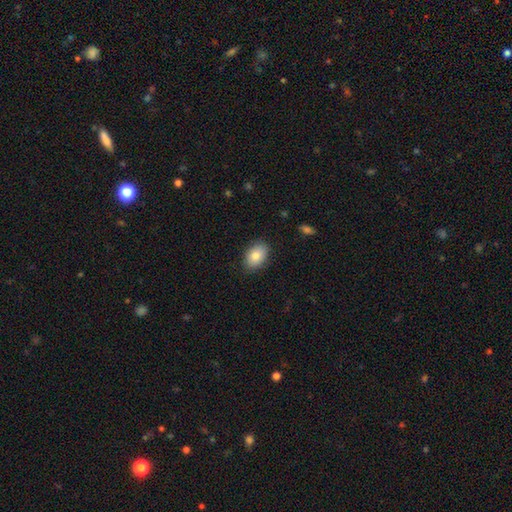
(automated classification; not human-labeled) This appears to be a smooth galaxy with no disk features (82%) that is in between round and cigar-shaped (88%). Merging: none (84%).